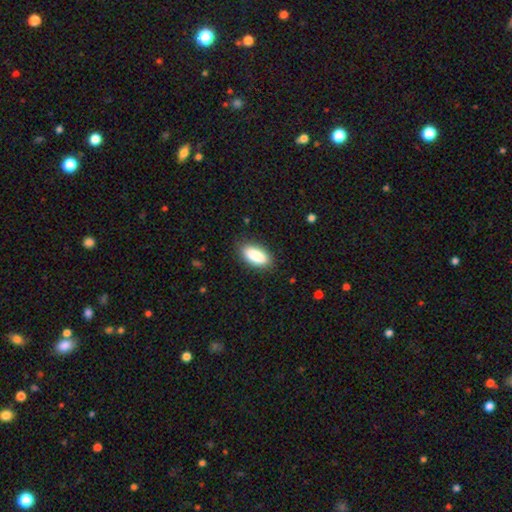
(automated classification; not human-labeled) The model was most divided on "merging": none: 86%, minor disturbance: 11%, major disturbance: 3%, merger: 1%. More confident: how rounded — in between (89%); smooth or featured — smooth (88%).